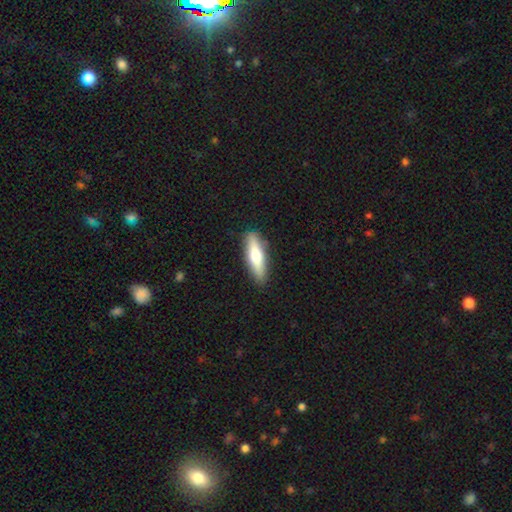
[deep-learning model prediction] Smooth or featured?
  - smooth: 59% *
  - featured or disk: 35%
  - star or artifact: 6%
How rounded?
  - cigar-shaped: 67% *
  - in between: 31%
  - round: 2%
Merging?
  - none: 88% *
  - minor disturbance: 9%
  - major disturbance: 2%
  - merger: 1%